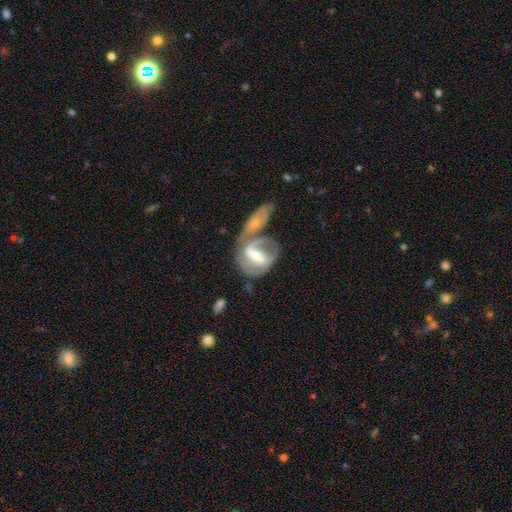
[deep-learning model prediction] This appears to be a featured or disk galaxy (75%) with a strong bar (59%), spiral arms (70%) and a moderate central bulge (55%). Merging: merger (49%).